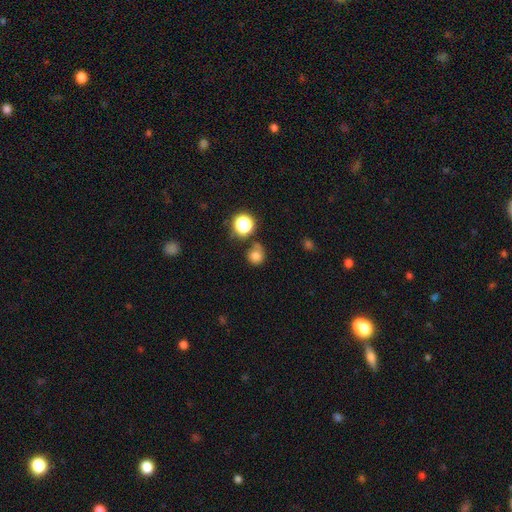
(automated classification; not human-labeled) A smooth galaxy with no disk features (76%) that is round (87%).

Vote fractions:
- Smooth or featured? smooth: 76% / star or artifact: 16% / featured or disk: 8%
- How rounded? round: 87% / in between: 12% / cigar-shaped: 1%
- Merging? none: 61% / minor disturbance: 17% / merger: 15% / major disturbance: 7%